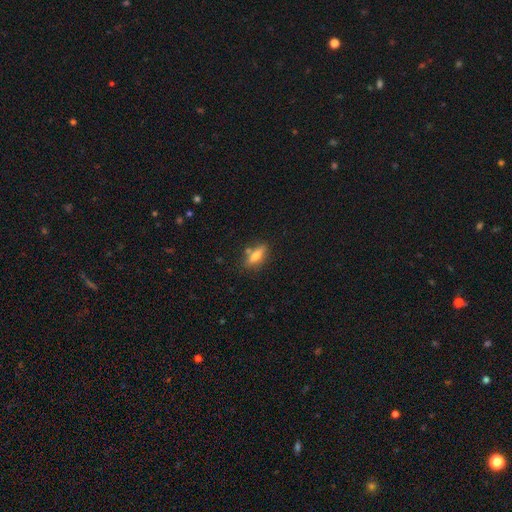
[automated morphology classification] A smooth galaxy with no disk features (62%) that is in between round and cigar-shaped (53%). Merging: none (76%).